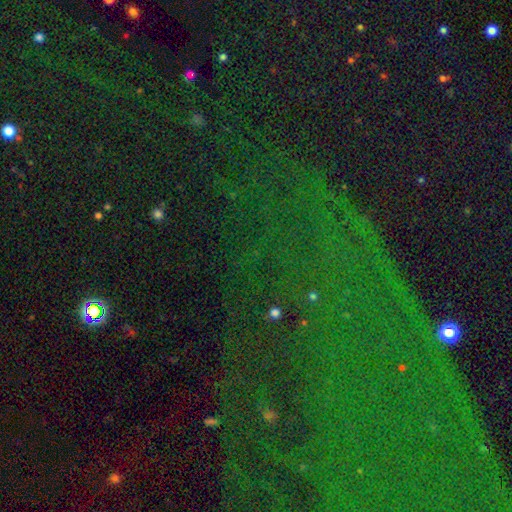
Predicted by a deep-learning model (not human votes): smooth_or_featured: star or artifact (p=0.81) [alt: smooth p=0.10]